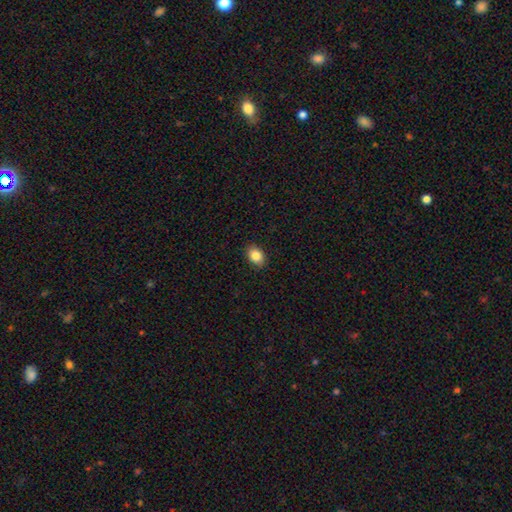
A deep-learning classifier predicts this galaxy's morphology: Smooth or featured?
  - smooth: 86% *
  - star or artifact: 8%
  - featured or disk: 6%
How rounded?
  - in between: 78% *
  - round: 21%
  - cigar-shaped: 1%
Merging?
  - none: 90% *
  - minor disturbance: 8%
  - major disturbance: 2%
  - merger: 1%